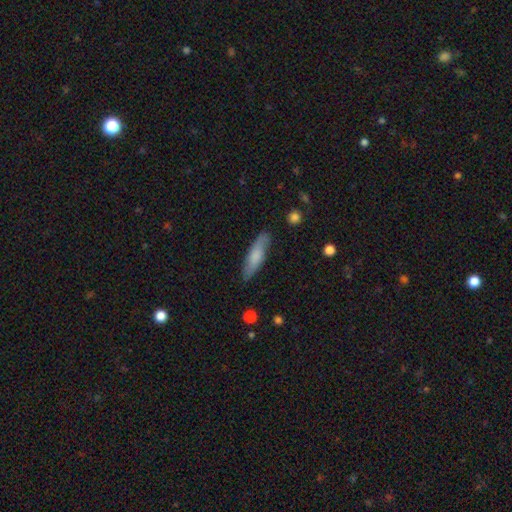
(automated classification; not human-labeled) A smooth galaxy with no disk features (69%) that is cigar-shaped (67%). Merging: none (84%).